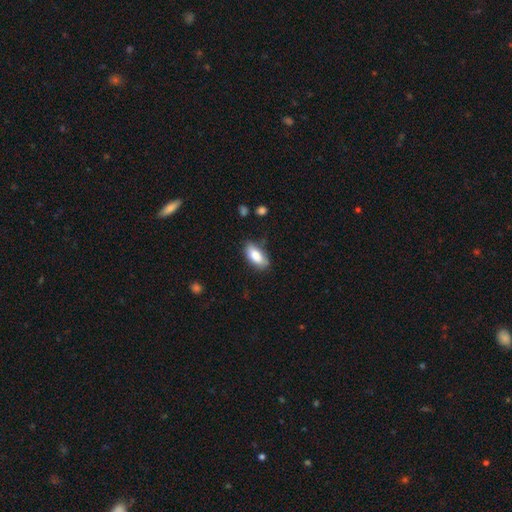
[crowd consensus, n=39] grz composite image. It shows a smooth galaxy with no disk features (85%) that is in between round and cigar-shaped (94%). Merging: none (84%).